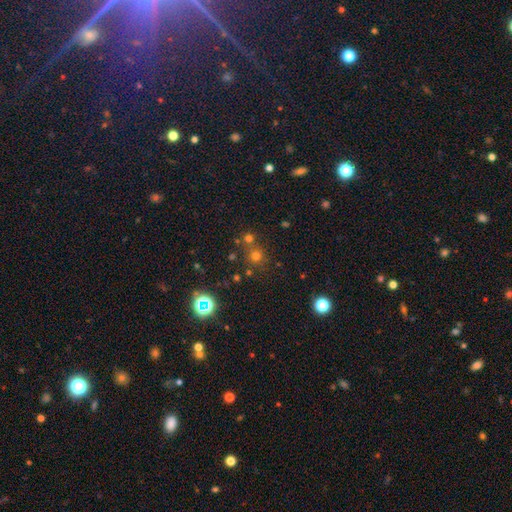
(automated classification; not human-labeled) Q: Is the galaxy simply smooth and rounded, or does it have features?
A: smooth — 54%.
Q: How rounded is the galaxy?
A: round — 92%.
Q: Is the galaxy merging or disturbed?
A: none — 72%.